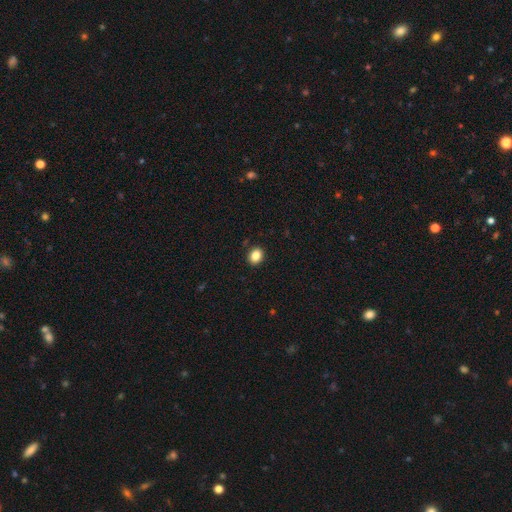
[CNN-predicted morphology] A smooth galaxy with no disk features (85%) that is round (53%). Merging: none (91%).